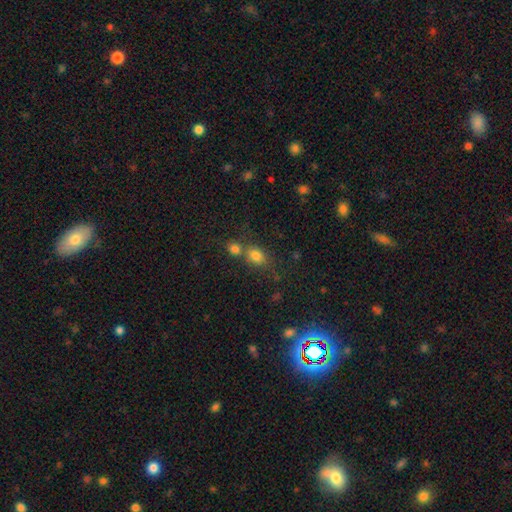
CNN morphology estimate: Smooth or featured?
  - smooth: 78% *
  - star or artifact: 14%
  - featured or disk: 9%
How rounded?
  - in between: 53% *
  - round: 45%
  - cigar-shaped: 2%
Merging?
  - none: 46% *
  - merger: 39%
  - minor disturbance: 10%
  - major disturbance: 4%